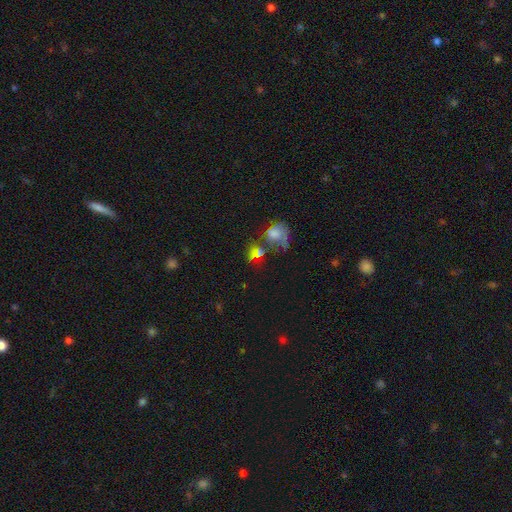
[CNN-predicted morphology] A smooth galaxy with no disk features (47%). Merging: none (40%).